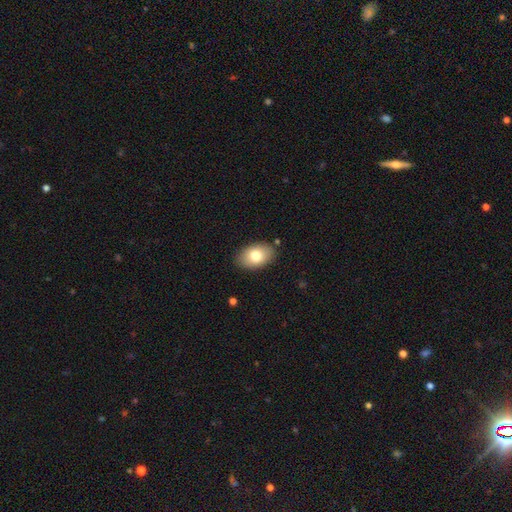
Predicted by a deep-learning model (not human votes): A smooth galaxy with no disk features (78%) that is in between round and cigar-shaped (90%). Merging: none (86%).